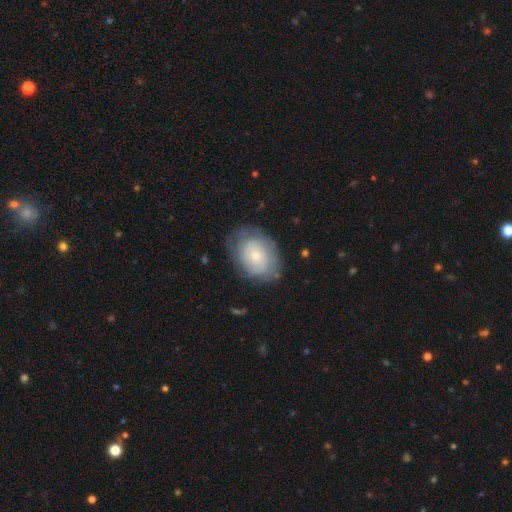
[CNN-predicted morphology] Smooth or featured: smooth — 49% (featured or disk — 44%)
Merging: none — 66% (minor disturbance — 23%)